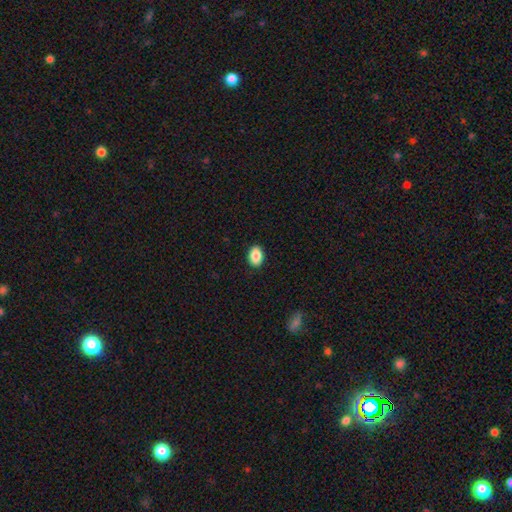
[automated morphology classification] Smooth or featured?
  - smooth: 88% *
  - star or artifact: 7%
  - featured or disk: 5%
How rounded?
  - in between: 81% *
  - round: 18%
  - cigar-shaped: 1%
Merging?
  - none: 91% *
  - minor disturbance: 7%
  - major disturbance: 2%
  - merger: 1%